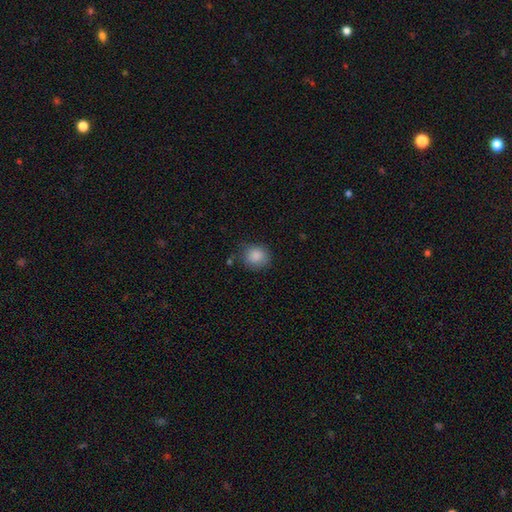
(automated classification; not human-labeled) smooth 87%, star or artifact 9%, featured or disk 4%. Down the decision tree: how rounded — round (83%); merging — none (79%).